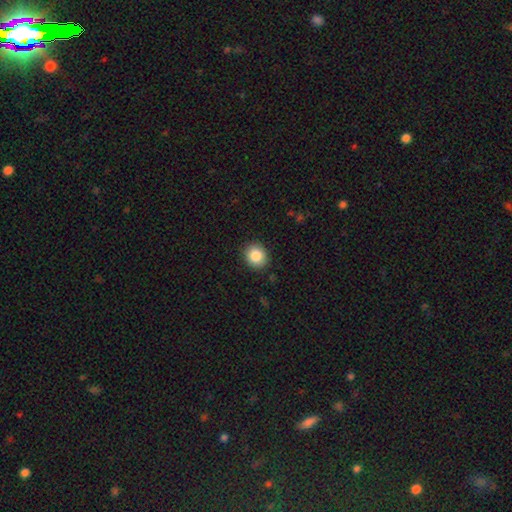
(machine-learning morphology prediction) This is clearly a smooth galaxy (86%). How rounded: likely round (80%). Merging: clearly none (90%).